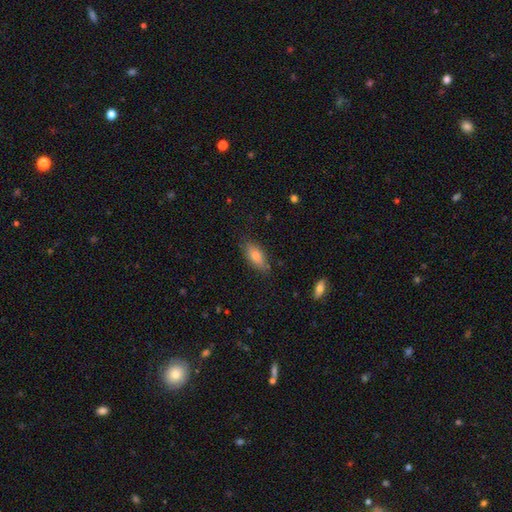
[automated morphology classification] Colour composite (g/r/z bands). It shows a smooth galaxy with no disk features (75%) that is in between round and cigar-shaped (77%). Merging: none (80%).